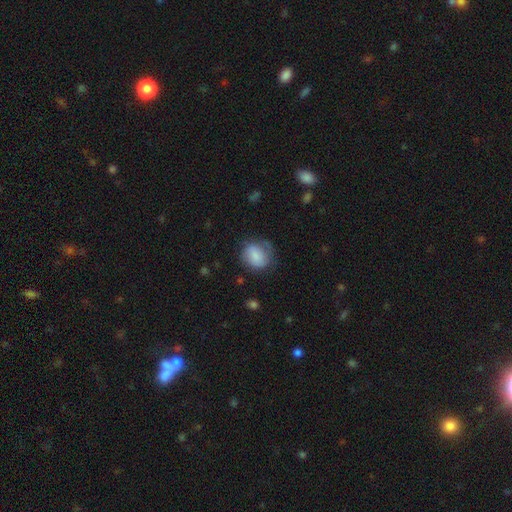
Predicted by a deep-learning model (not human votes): Smooth or featured? smooth (73%)
How rounded? round (65%)
Merging? none (58%)